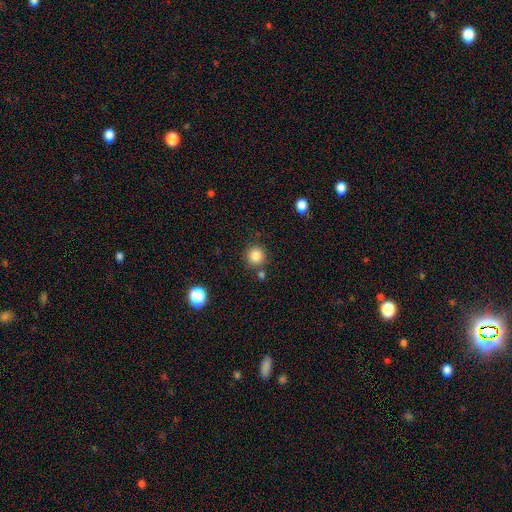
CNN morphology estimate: Q: Smooth or featured?
A: smooth (84%); runner-up: star or artifact (11%)
Q: How rounded?
A: round (92%); runner-up: in between (7%)
Q: Merging?
A: none (80%); runner-up: minor disturbance (9%)